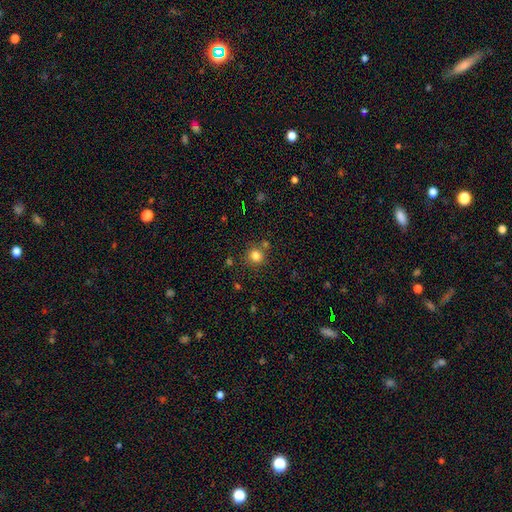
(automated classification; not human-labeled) Smooth or featured?
  - smooth: 81% *
  - star or artifact: 14%
  - featured or disk: 6%
How rounded?
  - round: 90% *
  - in between: 9%
  - cigar-shaped: 1%
Merging?
  - none: 78% *
  - merger: 9%
  - minor disturbance: 9%
  - major disturbance: 3%